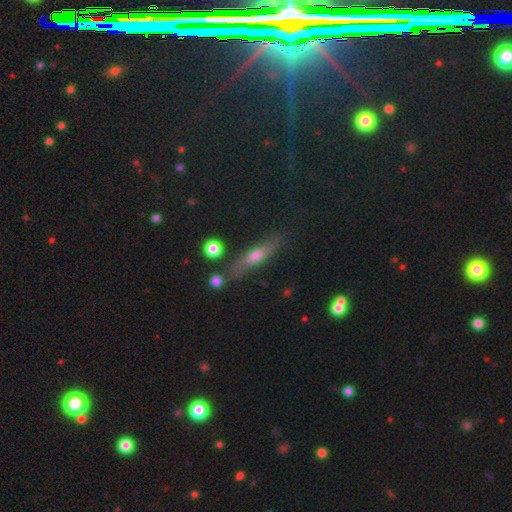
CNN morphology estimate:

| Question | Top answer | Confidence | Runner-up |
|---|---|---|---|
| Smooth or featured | featured or disk | 49% | smooth (34%) |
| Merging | none | 80% | minor disturbance (13%) |